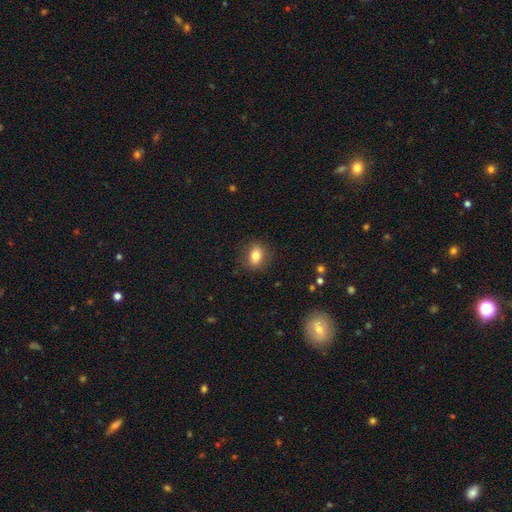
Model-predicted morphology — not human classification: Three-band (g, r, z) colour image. It shows a smooth galaxy with no disk features (79%) that is in between round and cigar-shaped (62%). Merging: none (84%).